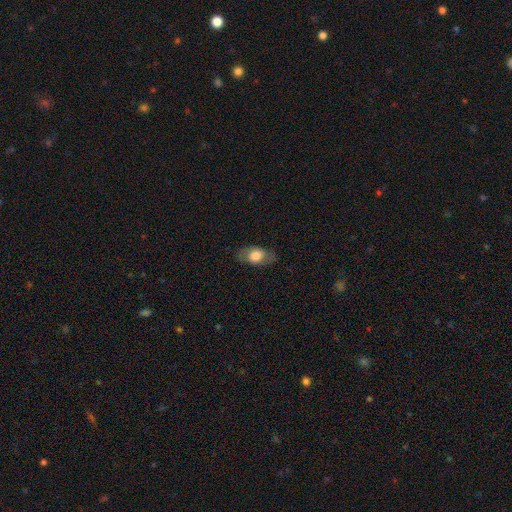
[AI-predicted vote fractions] Smooth or featured: smooth — 63% (featured or disk — 31%)
How rounded: in between — 85% (round — 12%)
Merging: none — 78% (minor disturbance — 14%)